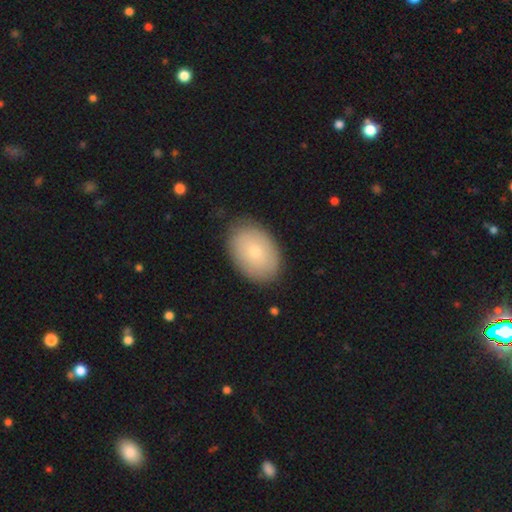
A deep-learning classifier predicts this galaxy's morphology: A smooth galaxy with no disk features (71%) that is in between round and cigar-shaped (84%).

Vote fractions:
- Smooth or featured? smooth: 71% / featured or disk: 19% / star or artifact: 10%
- How rounded? in between: 84% / round: 14% / cigar-shaped: 1%
- Merging? none: 87% / minor disturbance: 10% / major disturbance: 2% / merger: 1%